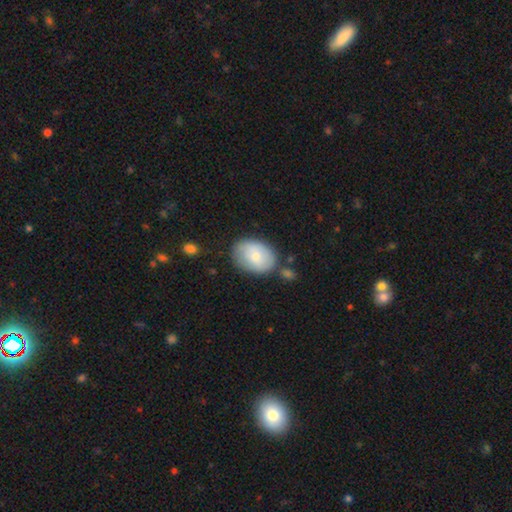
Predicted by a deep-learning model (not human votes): smooth 78%, featured or disk 16%, star or artifact 6%. Down the decision tree: how rounded — in between (79%); merging — none (69%).